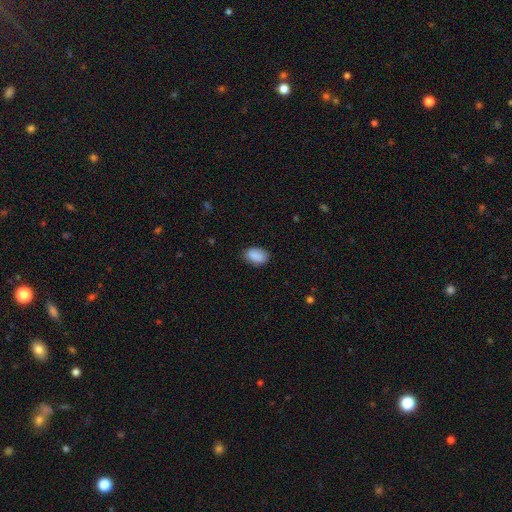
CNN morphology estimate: This is clearly a smooth galaxy (89%). How rounded: clearly in between (90%). Merging: clearly none (84%).